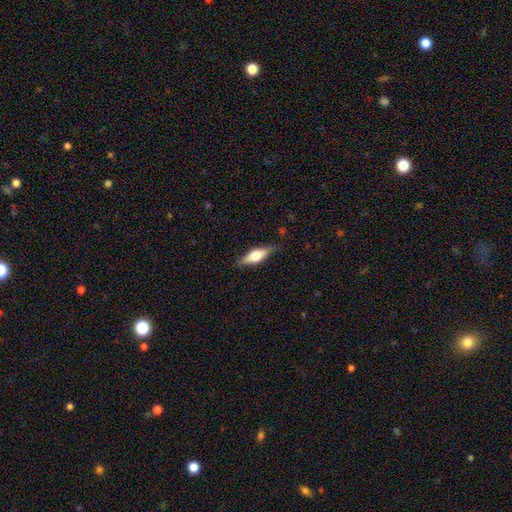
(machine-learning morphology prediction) Smooth or featured: smooth — 53% (featured or disk — 40%)
How rounded: in between — 58% (cigar-shaped — 39%)
Merging: none — 82% (minor disturbance — 14%)